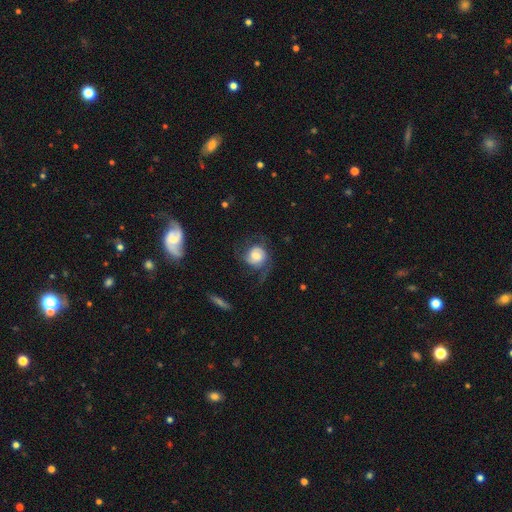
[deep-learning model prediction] A featured or disk galaxy (62%) with no bar (59%), 2 (65%) medium (41%) spiral arms (87%) and a moderate central bulge (47%). Merging: none (49%).